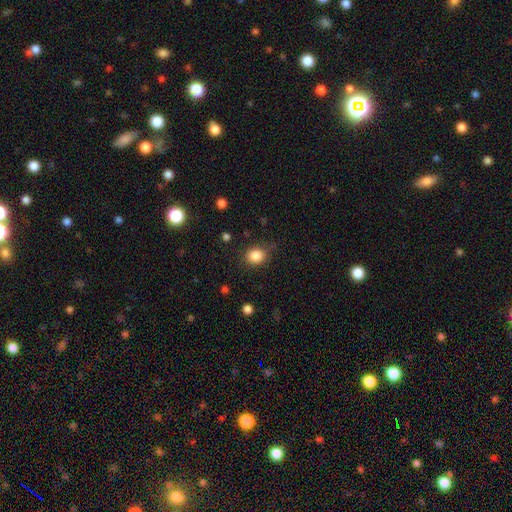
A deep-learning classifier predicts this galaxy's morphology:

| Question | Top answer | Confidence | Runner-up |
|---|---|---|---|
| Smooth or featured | smooth | 85% | star or artifact (10%) |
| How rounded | round | 64% | in between (36%) |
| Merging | none | 80% | minor disturbance (14%) |